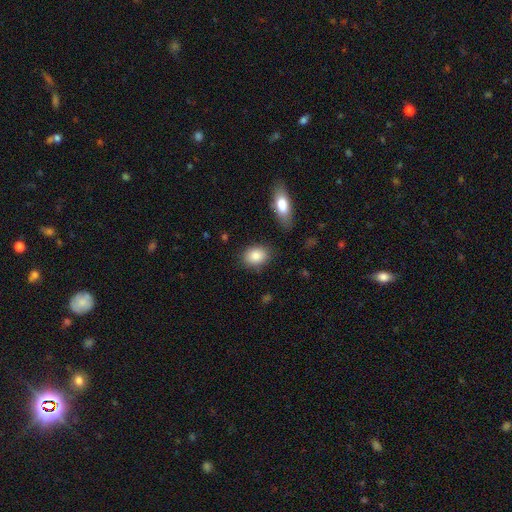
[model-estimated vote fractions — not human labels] smooth 86%, star or artifact 7%, featured or disk 6%. Down the decision tree: how rounded — in between (72%); merging — none (82%).